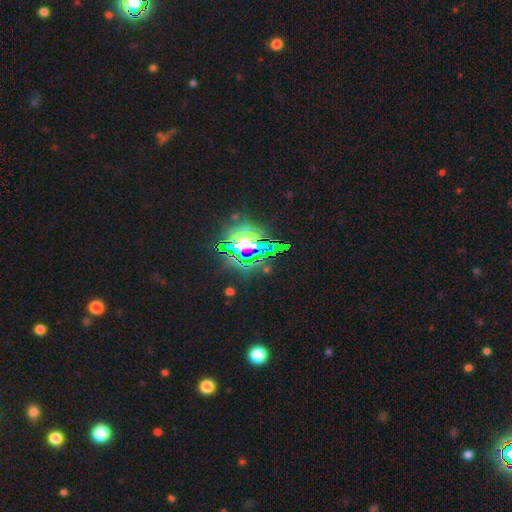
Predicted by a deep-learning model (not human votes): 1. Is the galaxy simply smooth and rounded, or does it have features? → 80% star or artifact, 11% smooth, 9% featured or disk.